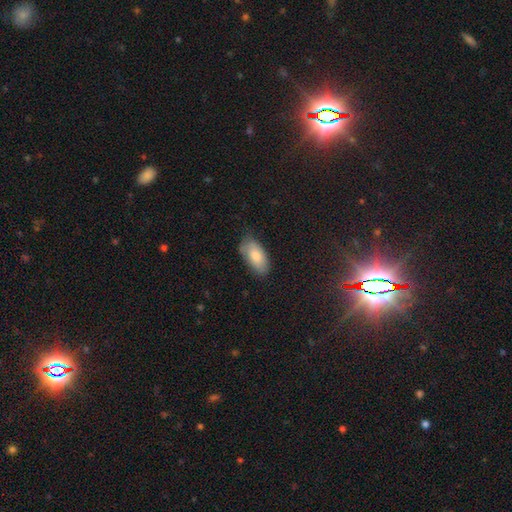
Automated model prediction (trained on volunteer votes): smooth_or_featured: smooth (p=0.78) [alt: featured or disk p=0.15]
how_rounded: in between (p=0.93) [alt: cigar-shaped p=0.04]
merging: none (p=0.70) [alt: minor disturbance p=0.24]